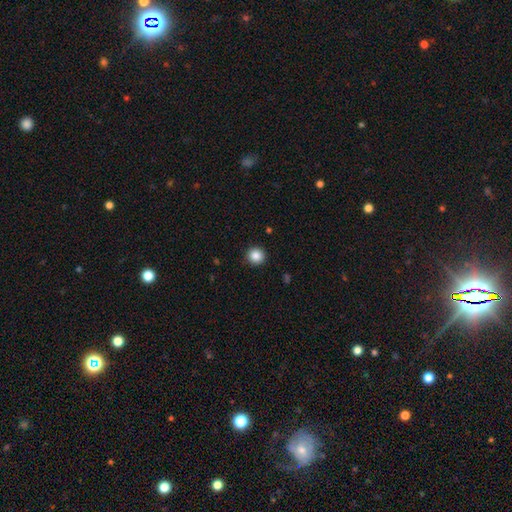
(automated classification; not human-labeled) Smooth or featured?
  - smooth: 87% *
  - star or artifact: 10%
  - featured or disk: 4%
How rounded?
  - round: 95% *
  - in between: 4%
  - cigar-shaped: 1%
Merging?
  - none: 92% *
  - minor disturbance: 5%
  - major disturbance: 2%
  - merger: 1%